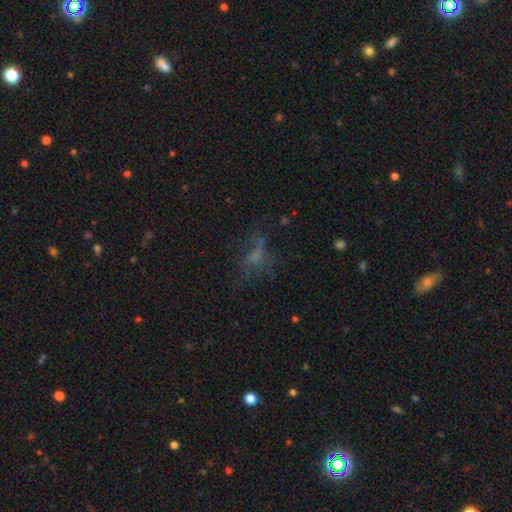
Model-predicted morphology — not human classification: A smooth galaxy with no disk features (37%). Merging: none (50%).